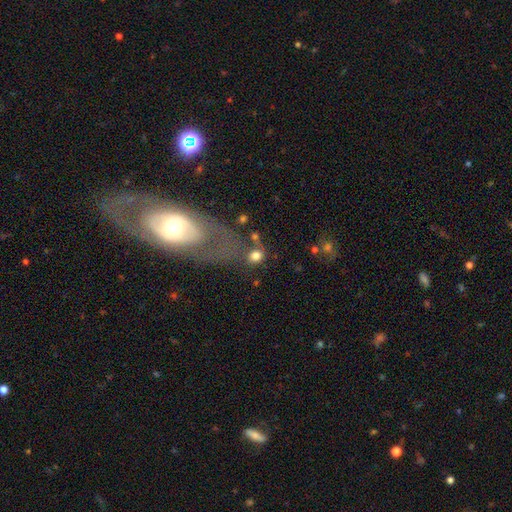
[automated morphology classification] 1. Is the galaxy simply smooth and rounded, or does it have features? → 76% smooth, 12% featured or disk, 12% star or artifact.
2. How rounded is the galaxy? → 67% round, 31% in between, 2% cigar-shaped.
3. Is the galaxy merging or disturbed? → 56% none, 18% merger, 14% minor disturbance, 12% major disturbance.